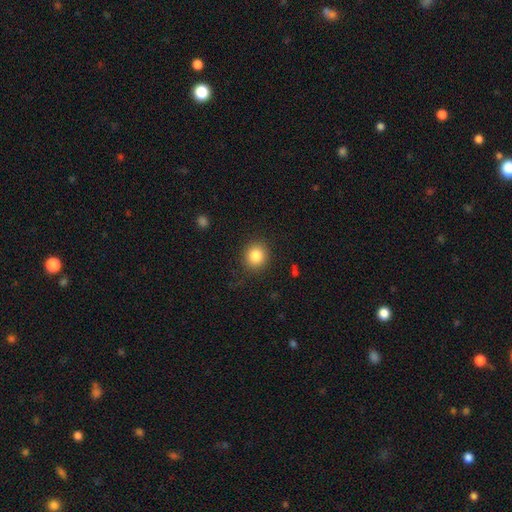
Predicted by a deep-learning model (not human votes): smooth-or-featured: smooth: 84% | star or artifact: 10% | featured or disk: 6%
  how-rounded: round: 84% | in between: 15% | cigar-shaped: 1%
  merging: none: 88% | minor disturbance: 8% | major disturbance: 3% | merger: 1%